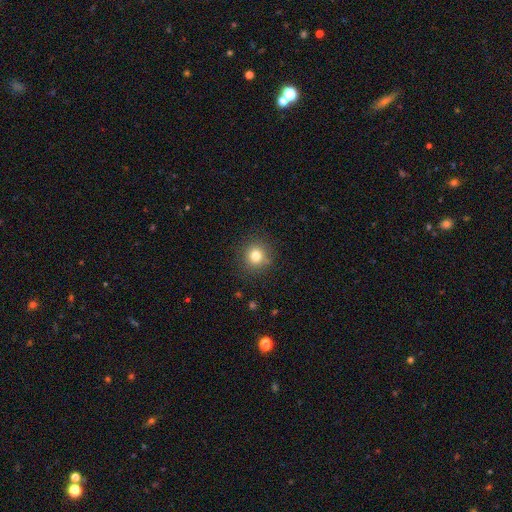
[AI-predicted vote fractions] Q: Smooth or featured?
A: smooth (80%); runner-up: star or artifact (13%)
Q: How rounded?
A: round (90%); runner-up: in between (9%)
Q: Merging?
A: none (87%); runner-up: minor disturbance (9%)